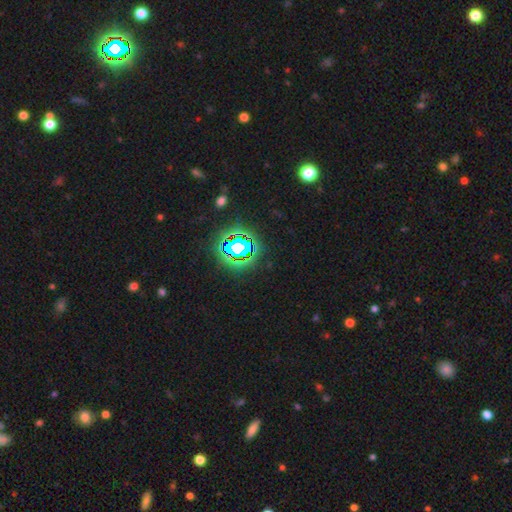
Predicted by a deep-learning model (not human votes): Q: Smooth or featured?
A: star or artifact (81%); runner-up: smooth (12%)